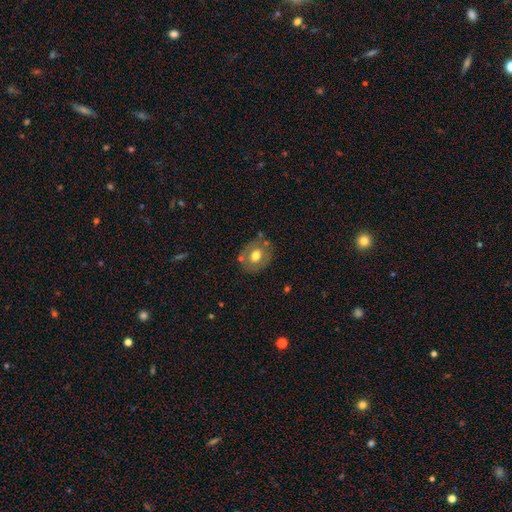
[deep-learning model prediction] smooth_or_featured: smooth (p=0.58) [alt: featured or disk p=0.34]
how_rounded: round (p=0.55) [alt: in between p=0.44]
merging: none (p=0.75) [alt: minor disturbance p=0.15]